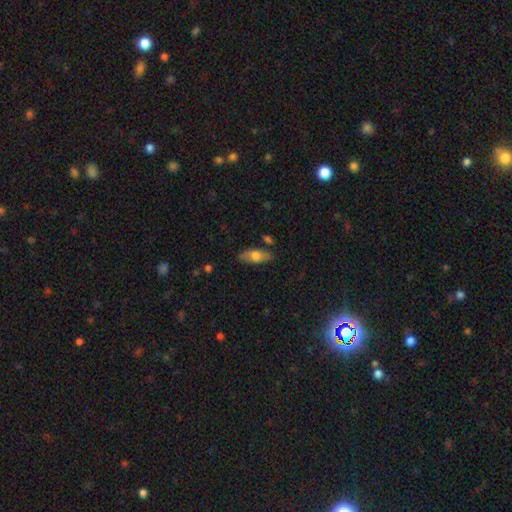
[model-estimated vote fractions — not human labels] Q: Smooth or featured?
A: smooth (66%); runner-up: featured or disk (28%)
Q: How rounded?
A: in between (78%); runner-up: cigar-shaped (19%)
Q: Merging?
A: none (80%); runner-up: minor disturbance (14%)